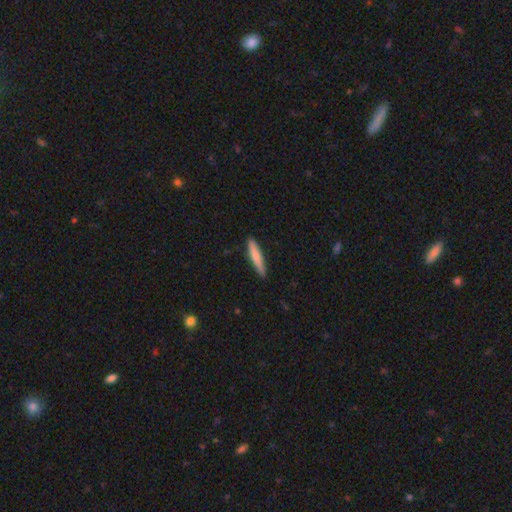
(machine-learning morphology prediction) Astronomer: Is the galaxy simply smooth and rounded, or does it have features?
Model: smooth — 73%.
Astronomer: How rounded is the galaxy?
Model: cigar-shaped — 90%.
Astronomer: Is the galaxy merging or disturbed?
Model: none — 86%.